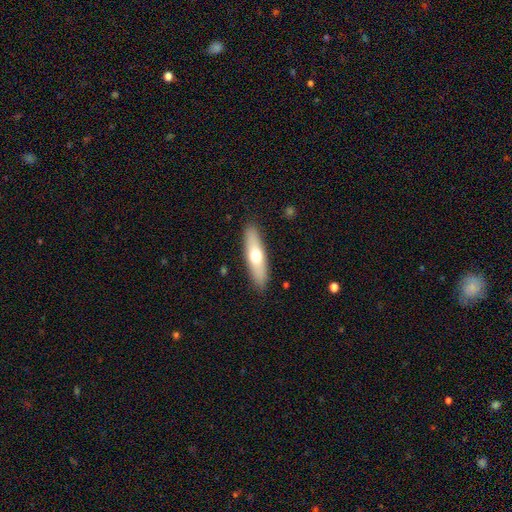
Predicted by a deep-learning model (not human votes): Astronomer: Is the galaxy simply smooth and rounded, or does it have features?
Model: smooth — 59% (runner-up: featured or disk, 36%).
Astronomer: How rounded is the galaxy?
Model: cigar-shaped — 66%.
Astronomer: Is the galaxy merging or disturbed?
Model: none — 89%.